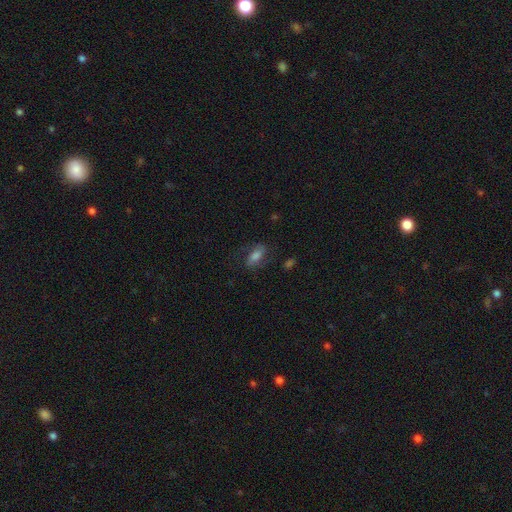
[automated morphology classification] This is possibly a smooth galaxy (46%). Merging: likely none (68%).